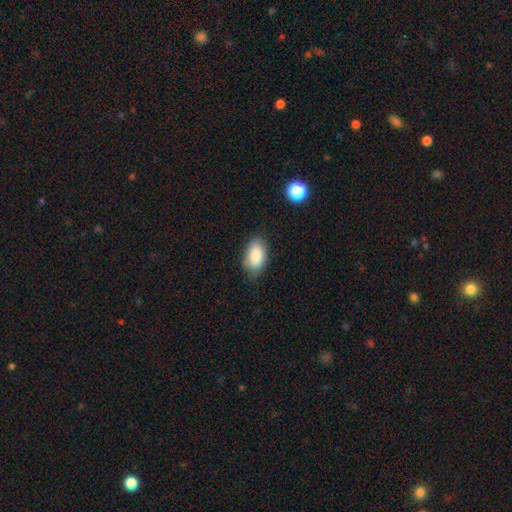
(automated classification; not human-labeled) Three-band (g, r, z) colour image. It shows a smooth galaxy with no disk features (85%) that is in between round and cigar-shaped (93%). Merging: none (74%).